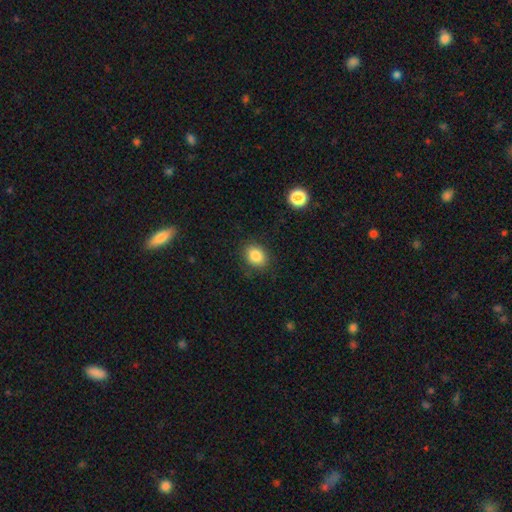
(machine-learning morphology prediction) This appears to be a smooth galaxy with no disk features (85%) that is in between round and cigar-shaped (60%). Merging: none (85%).